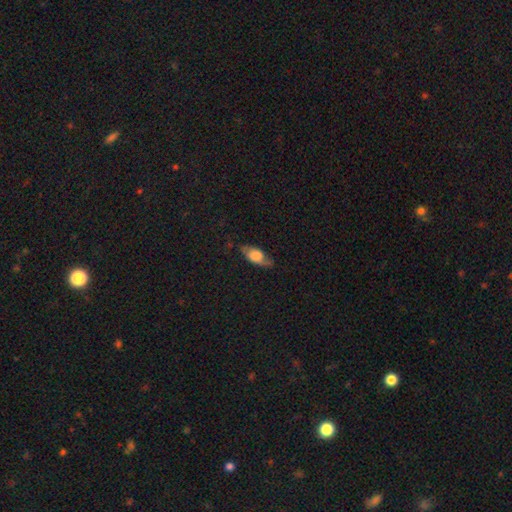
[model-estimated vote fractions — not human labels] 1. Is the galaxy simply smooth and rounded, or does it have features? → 57% smooth, 35% featured or disk, 8% star or artifact.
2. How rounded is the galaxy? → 79% in between, 16% cigar-shaped, 5% round.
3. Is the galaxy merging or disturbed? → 67% none, 24% minor disturbance, 8% major disturbance, 2% merger.